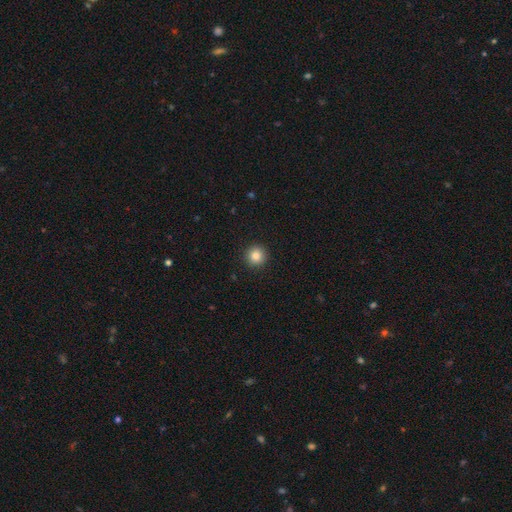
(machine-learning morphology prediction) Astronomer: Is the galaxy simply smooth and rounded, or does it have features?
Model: smooth — 85%.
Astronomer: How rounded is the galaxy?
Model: round — 95%.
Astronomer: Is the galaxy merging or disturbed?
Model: none — 92%.